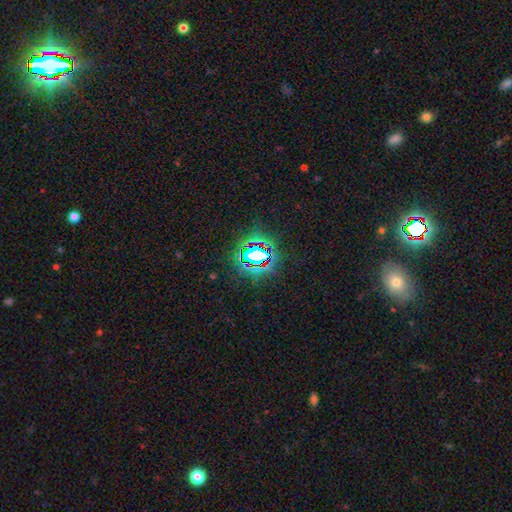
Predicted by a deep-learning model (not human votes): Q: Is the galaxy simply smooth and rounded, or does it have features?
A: star or artifact — 75%.